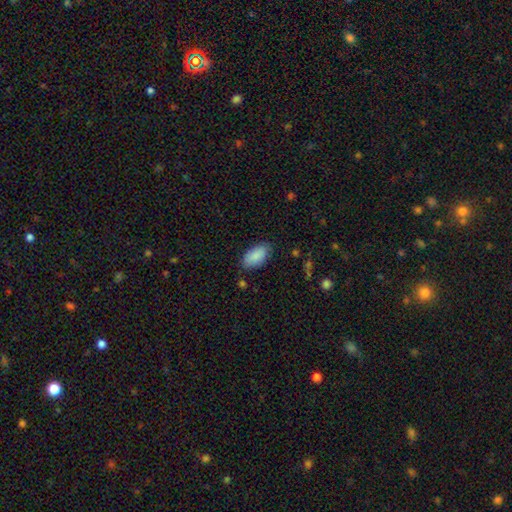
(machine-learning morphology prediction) smooth-or-featured: smooth: 89% | star or artifact: 6% | featured or disk: 5%
  how-rounded: in between: 94% | cigar-shaped: 3% | round: 3%
  merging: none: 82% | minor disturbance: 14% | major disturbance: 3% | merger: 1%